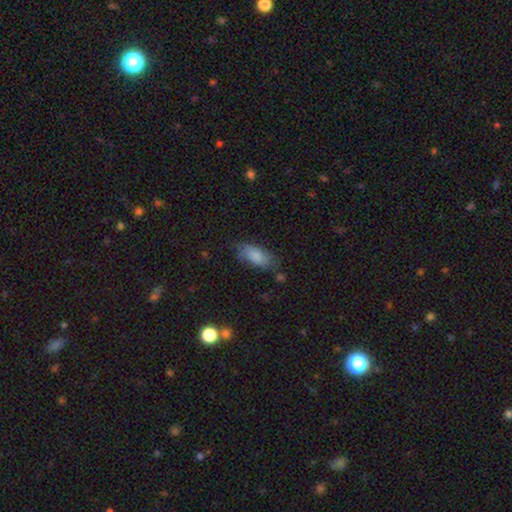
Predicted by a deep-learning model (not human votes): A smooth galaxy with no disk features (80%) that is in between round and cigar-shaped (87%). Merging: none (64%).